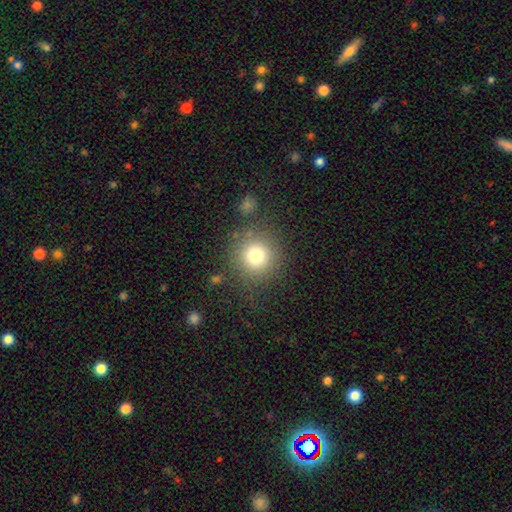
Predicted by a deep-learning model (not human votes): The model was most divided on "smooth or featured": smooth: 76%, star or artifact: 13%, featured or disk: 10%. More confident: how rounded — round (93%); merging — none (81%).